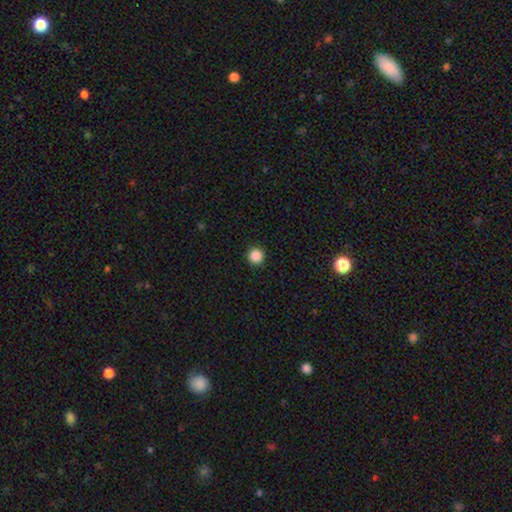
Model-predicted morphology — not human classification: Smooth or featured: smooth — 87% (star or artifact — 11%)
How rounded: round — 96% (in between — 3%)
Merging: none — 93% (minor disturbance — 4%)